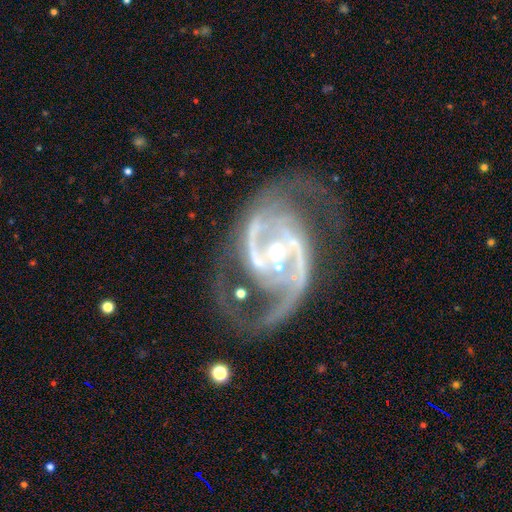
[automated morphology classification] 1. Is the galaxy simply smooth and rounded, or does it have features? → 92% featured or disk, 5% star or artifact, 3% smooth.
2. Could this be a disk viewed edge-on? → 98% no, 2% yes.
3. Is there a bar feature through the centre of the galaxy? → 35% weak (tied), 35% strong (tied), 30% no.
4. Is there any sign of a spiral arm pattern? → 97% yes, 3% no.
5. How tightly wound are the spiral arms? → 54% medium, 28% loose, 18% tight.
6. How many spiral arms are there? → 82% 2, 5% 3, 4% can't tell, 3% 1, 3% 4, 3% more than 4.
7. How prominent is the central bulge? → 53% moderate, 40% small, 3% large, 2% none, 1% dominant.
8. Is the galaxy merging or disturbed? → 48% none, 24% major disturbance, 18% minor disturbance, 10% merger.